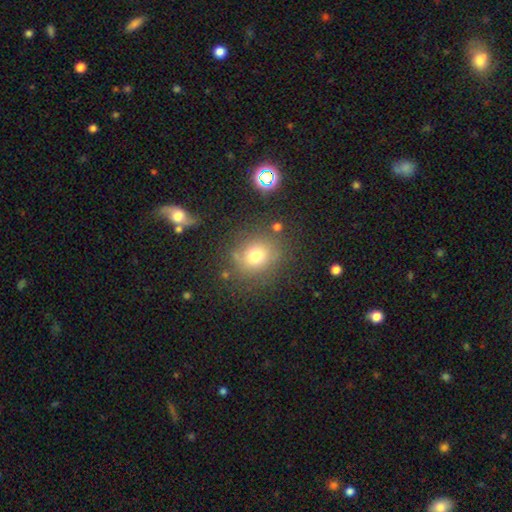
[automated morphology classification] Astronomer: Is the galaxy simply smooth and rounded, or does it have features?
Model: smooth — 70%.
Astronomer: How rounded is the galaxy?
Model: round — 78%.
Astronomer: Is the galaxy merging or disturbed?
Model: none — 77%.